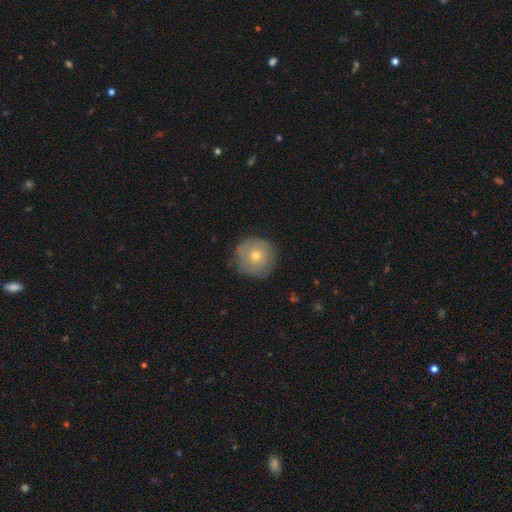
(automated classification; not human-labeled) Smooth or featured?
  - smooth: 63% *
  - featured or disk: 27%
  - star or artifact: 10%
How rounded?
  - round: 95% *
  - in between: 4%
  - cigar-shaped: 1%
Merging?
  - none: 84% *
  - minor disturbance: 12%
  - major disturbance: 3%
  - merger: 1%